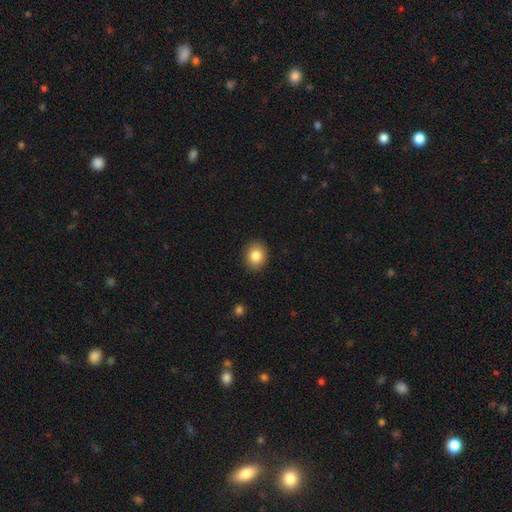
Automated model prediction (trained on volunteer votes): Smooth or featured? smooth (84%)
How rounded? round (75%)
Merging? none (90%)